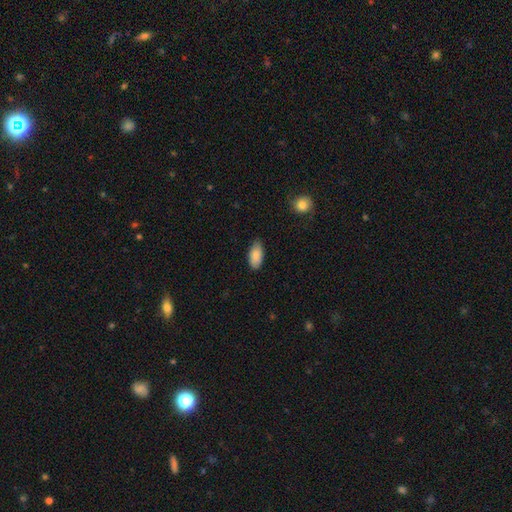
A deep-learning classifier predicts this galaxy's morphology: The model was most divided on "merging": none: 80%, minor disturbance: 16%, major disturbance: 2%, merger: 1%. More confident: how rounded — in between (92%); smooth or featured — smooth (87%).